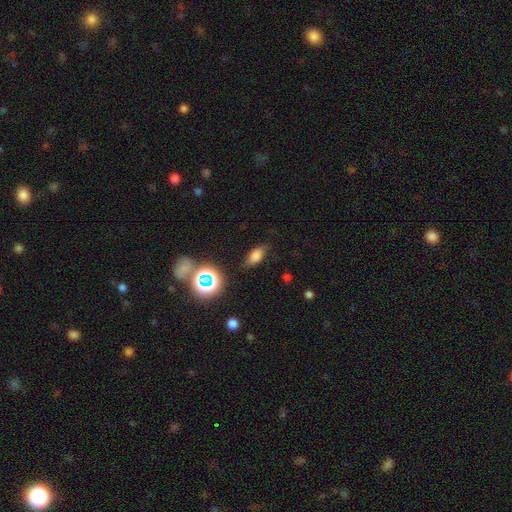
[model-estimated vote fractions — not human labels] Morphology: type=smooth (70%); roundness=in between (83%); merging=none (74%).